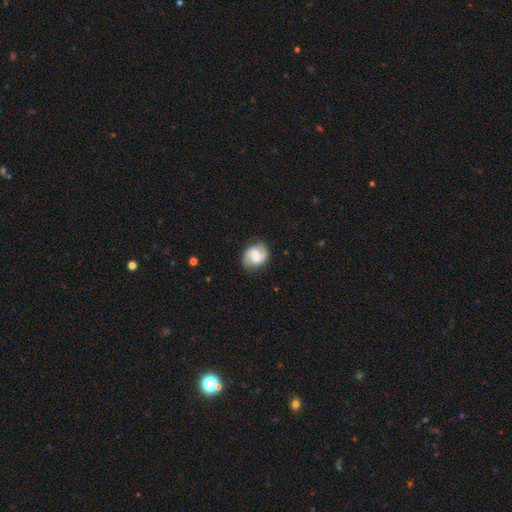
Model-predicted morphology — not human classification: smooth_or_featured: featured or disk (p=0.69) [alt: smooth p=0.25]
disk_edge_on: no (p=0.98) [alt: yes p=0.02]
bar: weak (p=0.52) [alt: no p=0.26]
has_spiral_arms: yes (p=0.93) [alt: no p=0.07]
spiral_winding: medium (p=0.46) [alt: loose p=0.32]
spiral_arm_count: 2 (p=0.90) [alt: can't tell p=0.04]
bulge_size: moderate (p=0.39) [alt: small p=0.31]
merging: none (p=0.82) [alt: minor disturbance p=0.13]